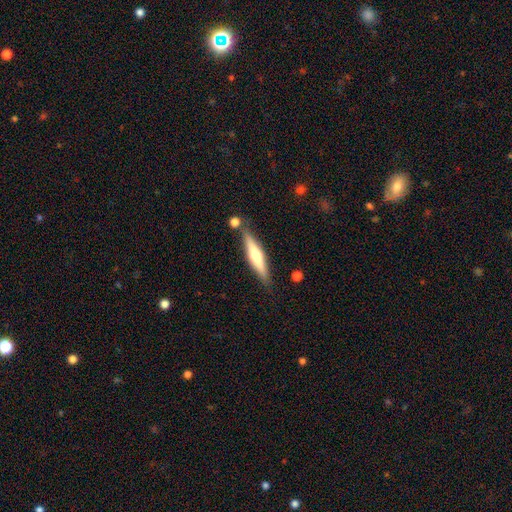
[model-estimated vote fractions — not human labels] smooth-or-featured: featured or disk: 57% | smooth: 38% | star or artifact: 6%
  disk-edge-on: yes: 95% | no: 5%
    edge-on-bulge: rounded: 87% | none: 7% | boxy: 6%
  merging: none: 80% | minor disturbance: 11% | merger: 6% | major disturbance: 3%